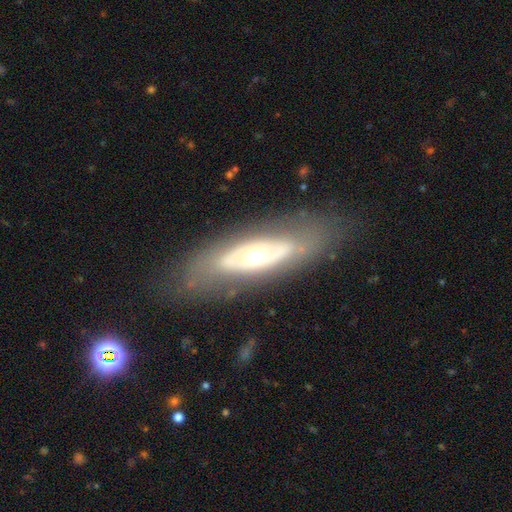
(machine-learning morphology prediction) The model was most divided on "smooth or featured": featured or disk: 67%, smooth: 27%, star or artifact: 6%. More confident: bar — no (82%); edge-on disk — no (79%); spiral arms — no (77%); merging — none (77%); bulge size — moderate (65%).